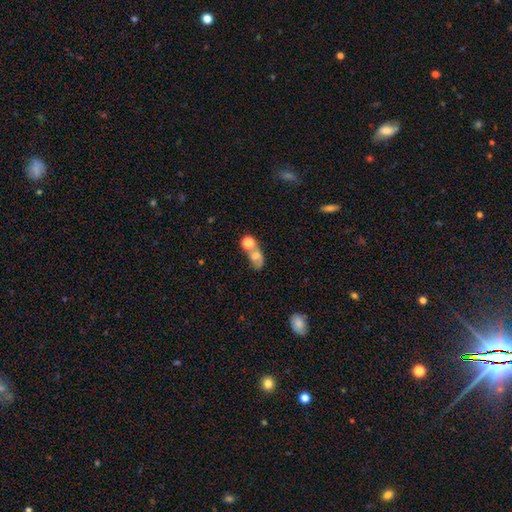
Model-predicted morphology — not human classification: A smooth galaxy with no disk features (57%) that is in between round and cigar-shaped (58%). Merging: merger (49%).